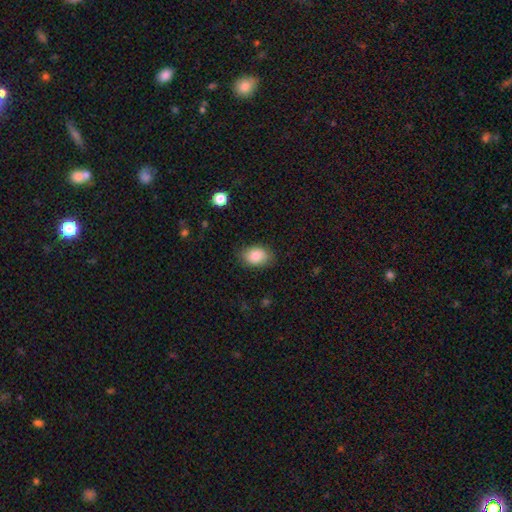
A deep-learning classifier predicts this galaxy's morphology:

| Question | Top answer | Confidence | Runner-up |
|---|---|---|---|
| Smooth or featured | smooth | 85% | star or artifact (8%) |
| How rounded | in between | 78% | round (21%) |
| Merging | none | 82% | minor disturbance (14%) |